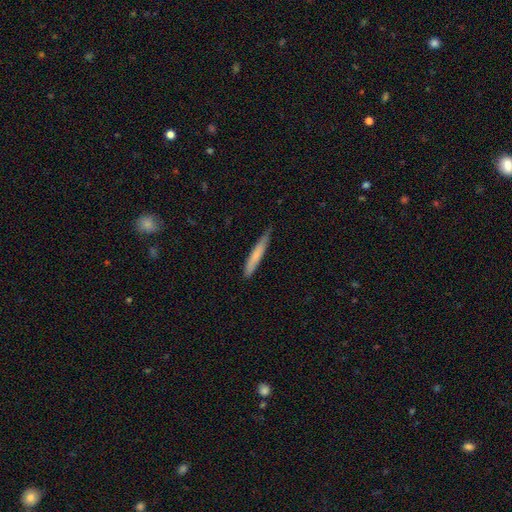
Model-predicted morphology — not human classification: type=smooth (70%); roundness=cigar-shaped (95%); merging=none (75%).